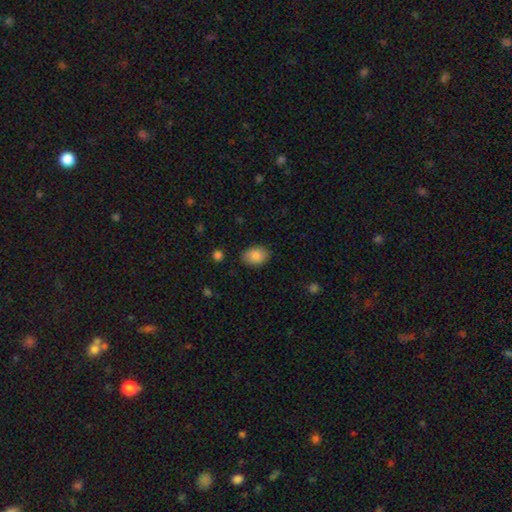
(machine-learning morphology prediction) A smooth galaxy with no disk features (86%) that is in between round and cigar-shaped (77%).

Vote fractions:
- Smooth or featured? smooth: 86% / star or artifact: 7% / featured or disk: 7%
- How rounded? in between: 77% / round: 22% / cigar-shaped: 1%
- Merging? none: 81% / minor disturbance: 15% / major disturbance: 3% / merger: 1%